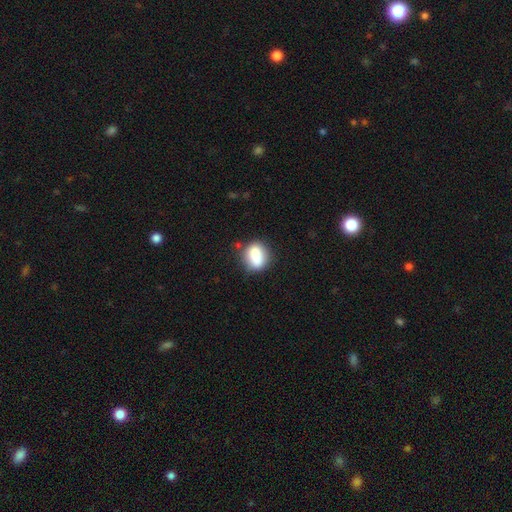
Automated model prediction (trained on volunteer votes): The model was most divided on "how rounded": in between: 52%, round: 45%, cigar-shaped: 4%. More confident: smooth or featured — smooth (79%); merging — none (70%).